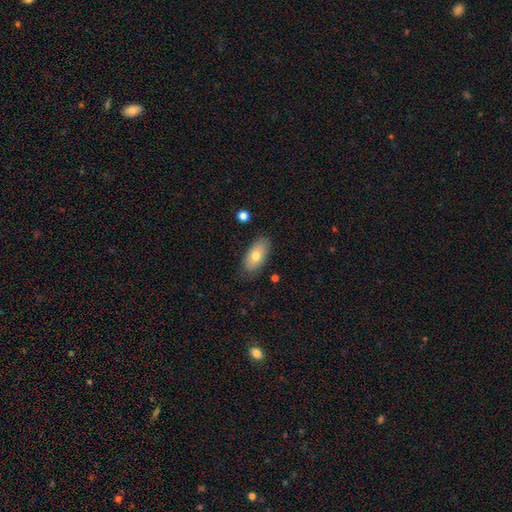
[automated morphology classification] smooth_or_featured: smooth (p=0.72) [alt: featured or disk p=0.21]
how_rounded: in between (p=0.91) [alt: cigar-shaped p=0.06]
merging: none (p=0.84) [alt: minor disturbance p=0.12]